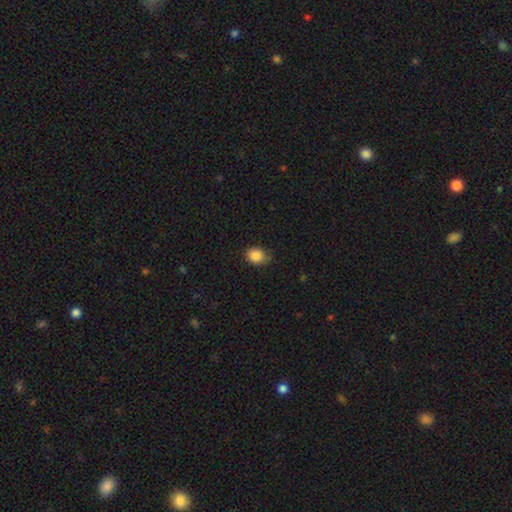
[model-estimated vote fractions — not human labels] This appears to be a smooth galaxy with no disk features (86%) that is round (60%). Merging: none (72%).